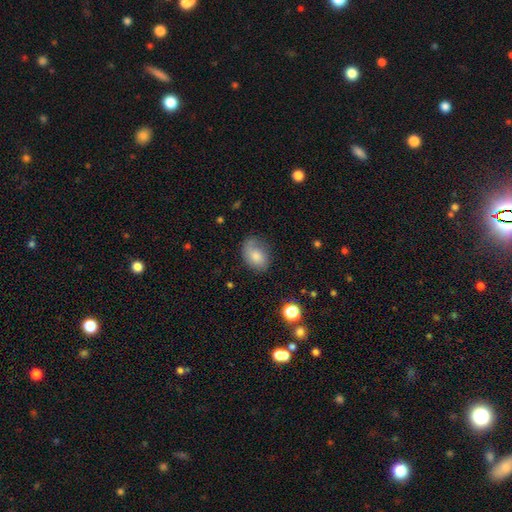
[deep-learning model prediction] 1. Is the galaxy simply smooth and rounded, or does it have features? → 71% smooth, 20% featured or disk, 9% star or artifact.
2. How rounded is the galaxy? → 79% in between, 20% round, 1% cigar-shaped.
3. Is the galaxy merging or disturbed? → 57% none, 28% minor disturbance, 12% major disturbance, 2% merger.